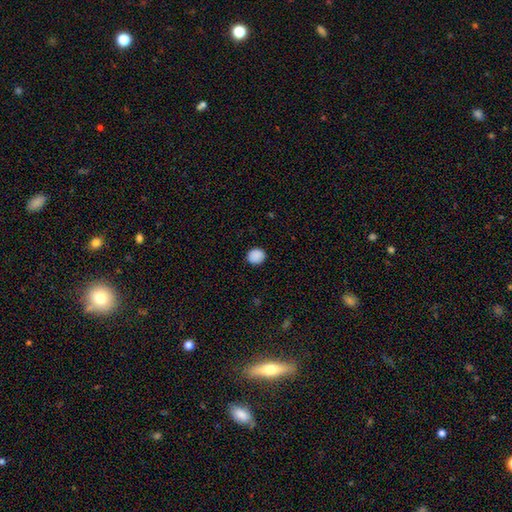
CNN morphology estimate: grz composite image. It shows a smooth galaxy with no disk features (89%) that is round (79%). Merging: none (89%).